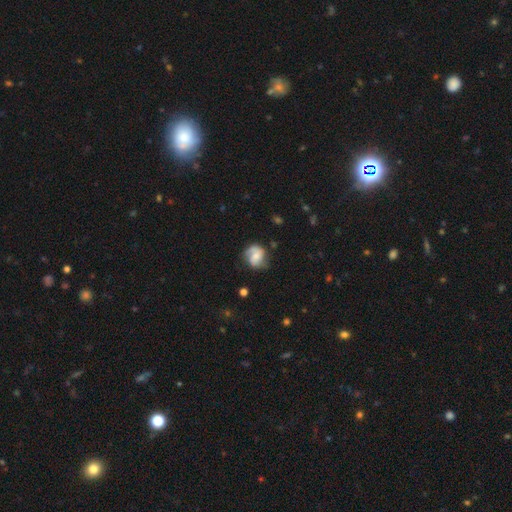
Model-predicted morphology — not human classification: Smooth or featured?
  - featured or disk: 64% *
  - smooth: 29%
  - star or artifact: 7%
Edge-on disk?
  - no: 98% *
  - yes: 2%
Bar?
  - no: 53% *
  - weak: 38%
  - strong: 9%
Spiral arms?
  - yes: 91% *
  - no: 9%
Spiral winding?
  - medium: 43% *
  - loose: 28%
  - tight: 28%
Spiral arm count?
  - 2: 70% *
  - 1: 16%
  - can't tell: 9%
  - 3: 2%
  - 4: 1%
  - more than 4: 1%
Bulge size?
  - small: 46% *
  - moderate: 41%
  - none: 8%
  - large: 4%
  - dominant: 1%
Merging?
  - none: 65% *
  - minor disturbance: 23%
  - major disturbance: 10%
  - merger: 2%